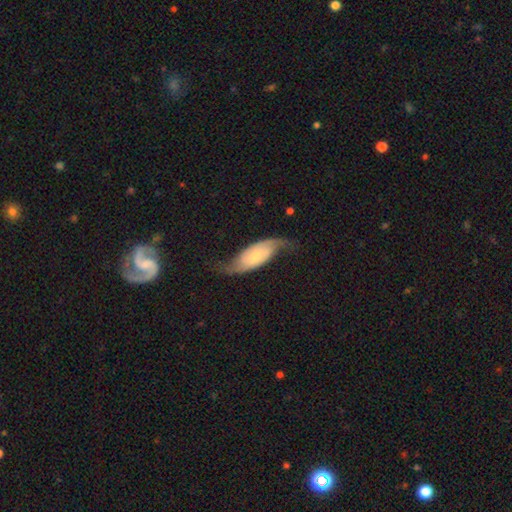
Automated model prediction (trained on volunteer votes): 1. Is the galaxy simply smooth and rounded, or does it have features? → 76% featured or disk, 18% smooth, 6% star or artifact.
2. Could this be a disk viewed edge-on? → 92% no, 8% yes.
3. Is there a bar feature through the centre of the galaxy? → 42% weak (tied), 42% no (tied), 16% strong.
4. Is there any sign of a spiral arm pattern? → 95% yes, 5% no.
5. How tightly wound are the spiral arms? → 56% loose, 31% medium, 13% tight.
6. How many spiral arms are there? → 91% 2, 5% can't tell, 2% 1, 1% 3, 1% 4, 1% more than 4.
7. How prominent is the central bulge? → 49% small, 32% moderate, 11% none, 5% large, 2% dominant.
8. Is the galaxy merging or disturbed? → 64% none, 21% minor disturbance, 14% major disturbance, 2% merger.